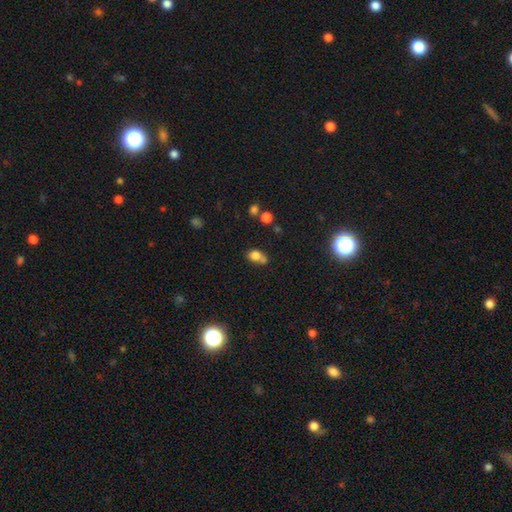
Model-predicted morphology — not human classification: This is likely a smooth galaxy (78%). How rounded: likely in between (61%). Merging: marginally none (40%).